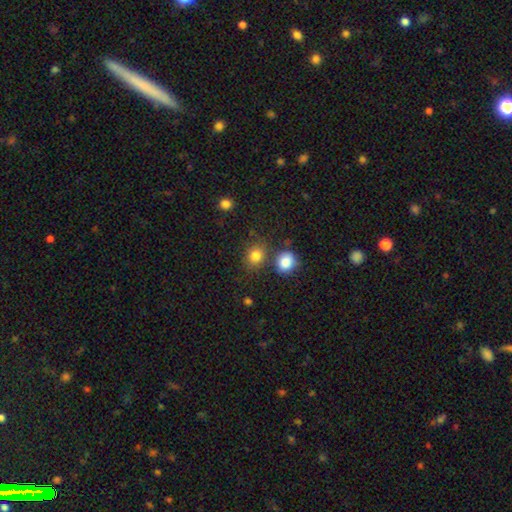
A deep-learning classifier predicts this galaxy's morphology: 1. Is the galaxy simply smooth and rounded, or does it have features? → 82% smooth, 11% star or artifact, 6% featured or disk.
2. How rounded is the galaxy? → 65% round, 34% in between, 1% cigar-shaped.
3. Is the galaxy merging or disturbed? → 69% none, 15% merger, 12% minor disturbance, 4% major disturbance.